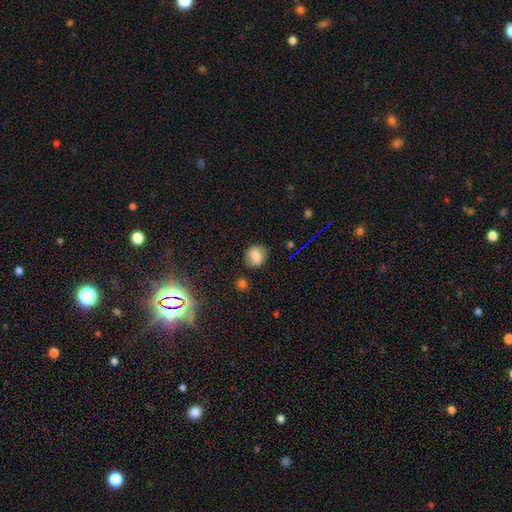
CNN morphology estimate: Smooth or featured: smooth — 67% (featured or disk — 21%)
How rounded: round — 62% (in between — 37%)
Merging: none — 80% (minor disturbance — 13%)